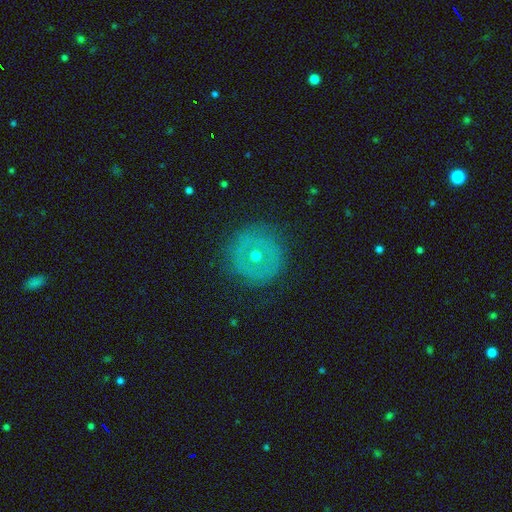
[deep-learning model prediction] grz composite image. It shows a featured or disk galaxy (49%). Merging: none (84%).